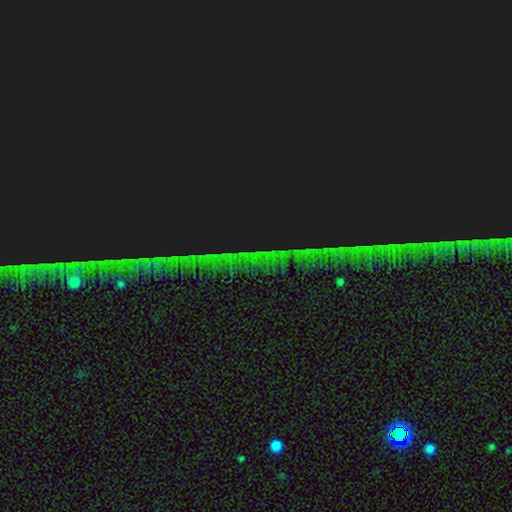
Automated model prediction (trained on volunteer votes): This appears to be a star or artifact, not a galaxy (84%).